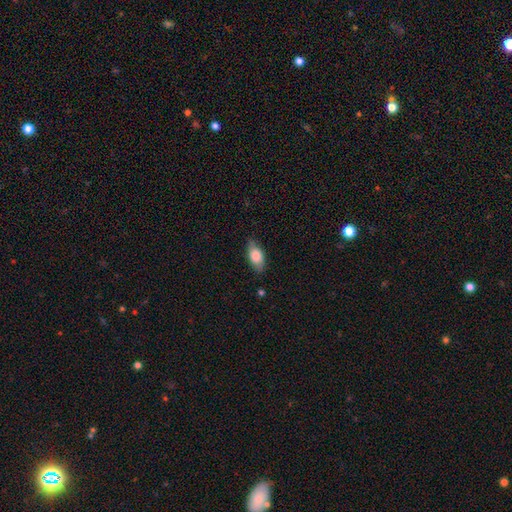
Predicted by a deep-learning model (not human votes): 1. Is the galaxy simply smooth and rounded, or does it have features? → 75% smooth, 18% featured or disk, 7% star or artifact.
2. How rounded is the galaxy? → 87% in between, 9% cigar-shaped, 4% round.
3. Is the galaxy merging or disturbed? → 75% none, 20% minor disturbance, 4% major disturbance, 1% merger.